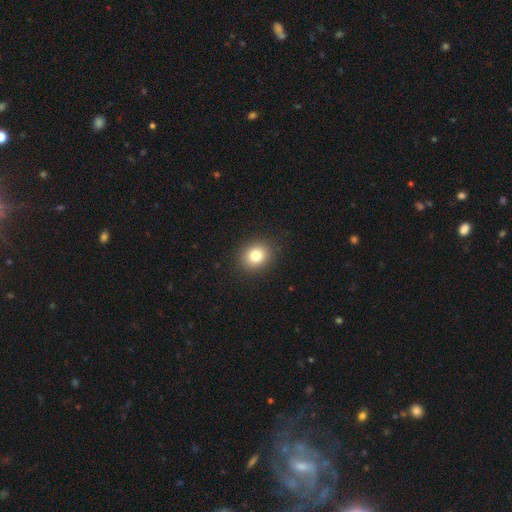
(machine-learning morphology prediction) Q: Smooth or featured?
A: smooth (81%); runner-up: star or artifact (11%)
Q: How rounded?
A: round (66%); runner-up: in between (33%)
Q: Merging?
A: none (90%); runner-up: minor disturbance (7%)